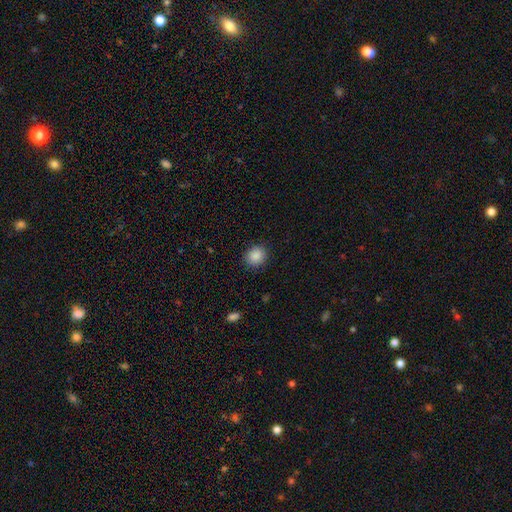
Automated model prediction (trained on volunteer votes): smooth_or_featured: smooth (p=0.88) [alt: star or artifact p=0.09]
how_rounded: round (p=0.79) [alt: in between p=0.20]
merging: none (p=0.89) [alt: minor disturbance p=0.07]